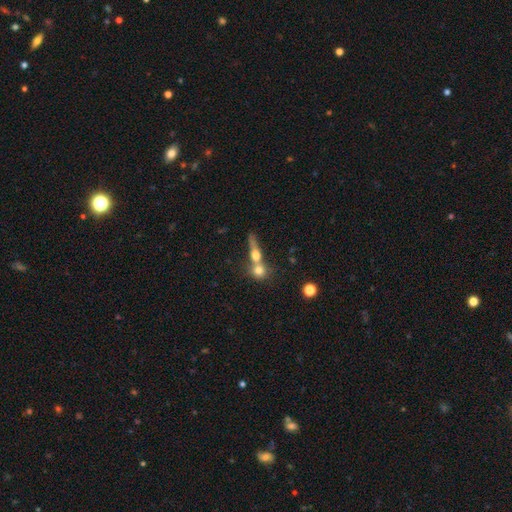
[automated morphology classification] smooth-or-featured: smooth: 61% | featured or disk: 29% | star or artifact: 11%
  how-rounded: round: 44% | in between: 31% | cigar-shaped: 25%
  merging: merger: 64% | none: 24% | minor disturbance: 7% | major disturbance: 6%